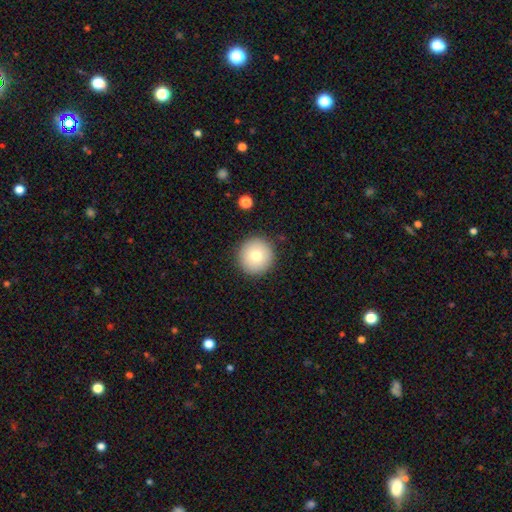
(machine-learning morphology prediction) Overall: smooth (77%). How rounded: round (95%). Merging: none (91%).